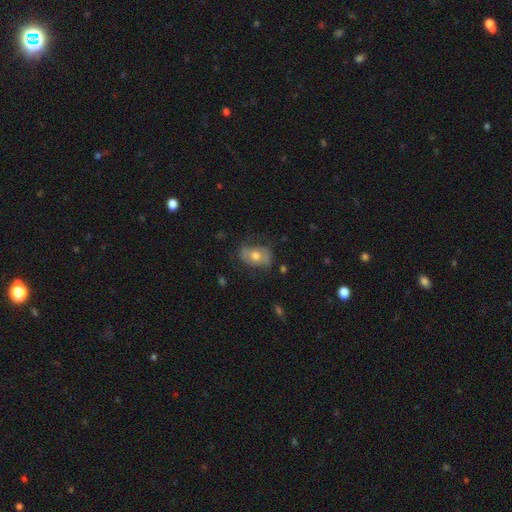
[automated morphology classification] A featured or disk galaxy (47%). Merging: none (65%).